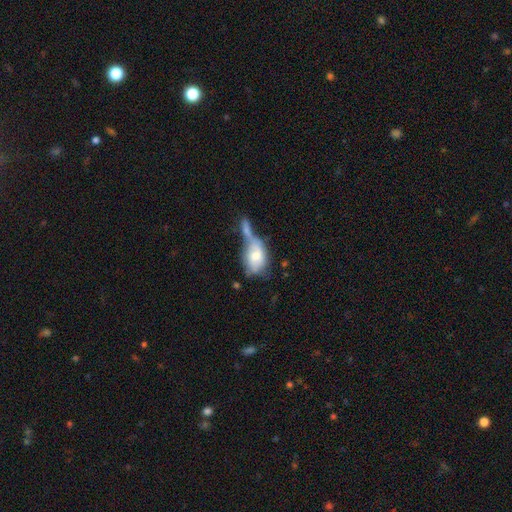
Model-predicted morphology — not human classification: smooth-or-featured: smooth: 60% | featured or disk: 33% | star or artifact: 7%
  how-rounded: in between: 82% | round: 14% | cigar-shaped: 3%
  merging: merger: 53% | major disturbance: 18% | none: 16% | minor disturbance: 13%